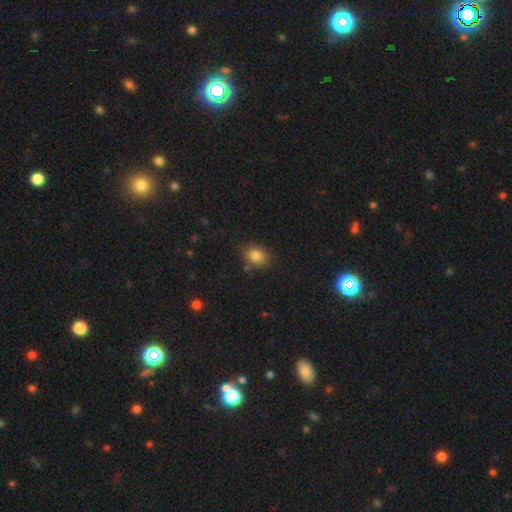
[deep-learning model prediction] A smooth galaxy with no disk features (83%) that is in between round and cigar-shaped (60%).

Vote fractions:
- Smooth or featured? smooth: 83% / star or artifact: 10% / featured or disk: 7%
- How rounded? in between: 60% / round: 39% / cigar-shaped: 1%
- Merging? none: 79% / minor disturbance: 14% / merger: 3% / major disturbance: 3%